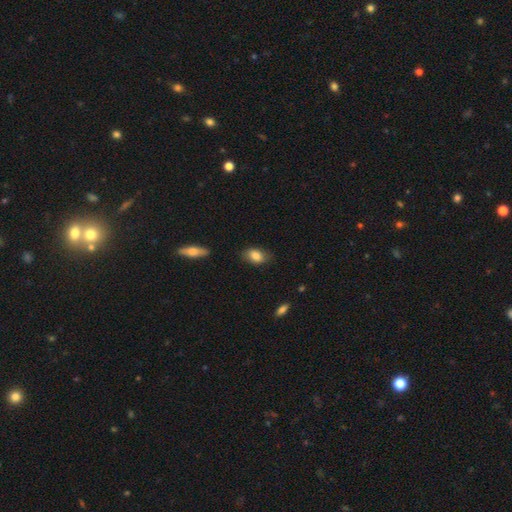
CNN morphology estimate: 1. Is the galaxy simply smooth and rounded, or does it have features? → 83% smooth, 10% featured or disk, 7% star or artifact.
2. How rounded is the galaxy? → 87% in between, 10% round, 3% cigar-shaped.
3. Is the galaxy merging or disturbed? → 79% none, 17% minor disturbance, 3% major disturbance, 1% merger.